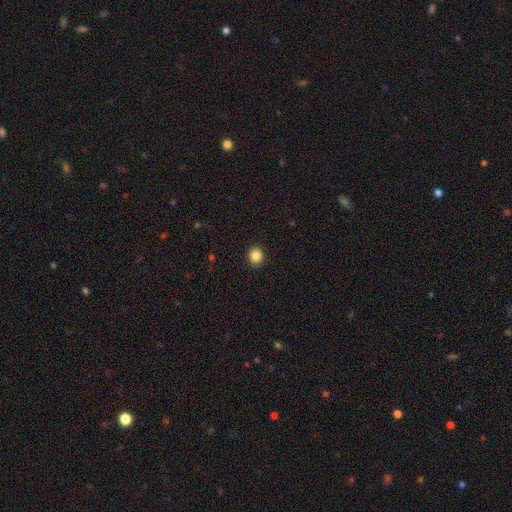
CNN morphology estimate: This is clearly a smooth galaxy (87%). How rounded: clearly round (82%). Merging: clearly none (92%).